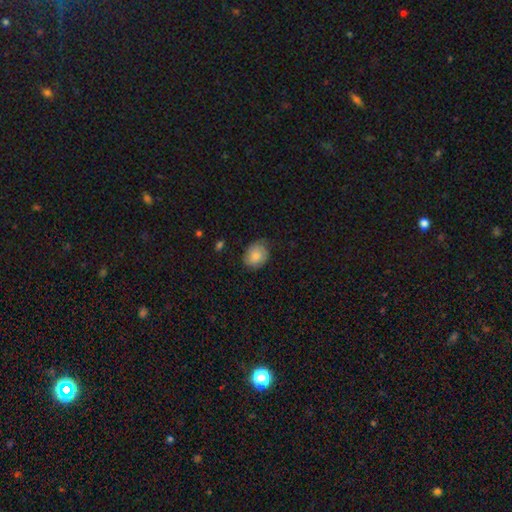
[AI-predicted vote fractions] Q: Smooth or featured?
A: smooth (83%); runner-up: featured or disk (10%)
Q: How rounded?
A: in between (51%); runner-up: round (48%)
Q: Merging?
A: none (71%); runner-up: minor disturbance (23%)